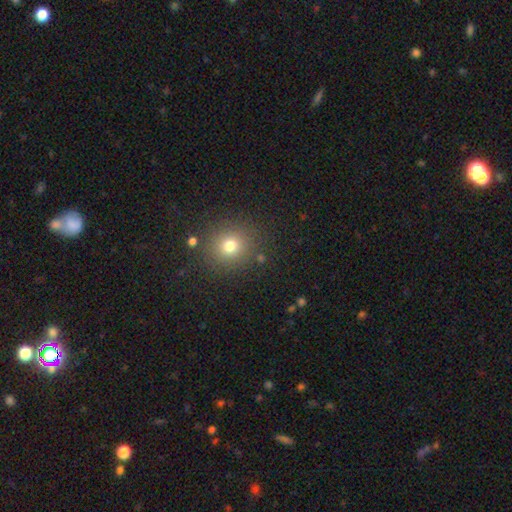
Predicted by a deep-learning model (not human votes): A smooth galaxy with no disk features (69%) that is round (89%). Merging: none (88%).